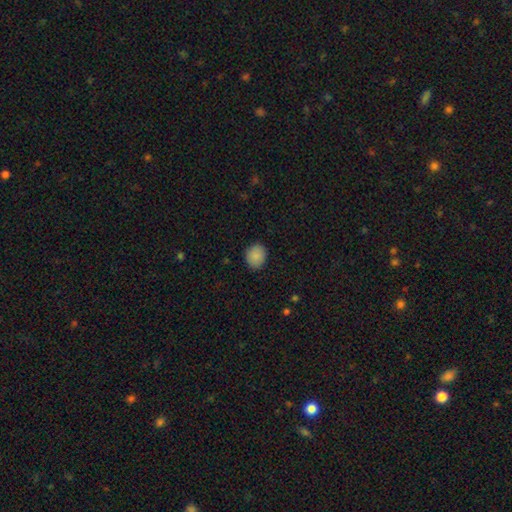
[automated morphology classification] smooth 87%, star or artifact 8%, featured or disk 5%. Down the decision tree: how rounded — round (66%); merging — none (87%).